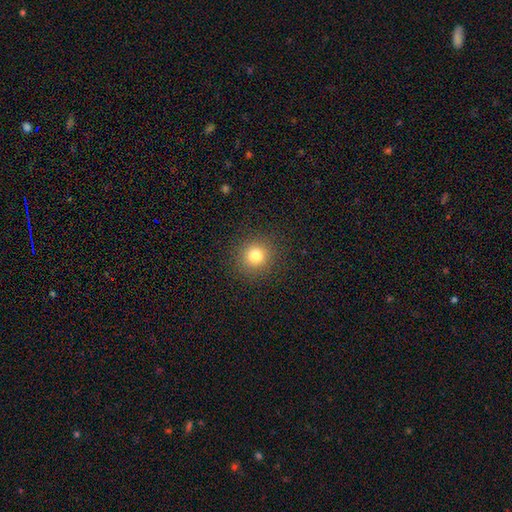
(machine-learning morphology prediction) This appears to be a smooth galaxy with no disk features (80%) that is round (93%). Merging: none (90%).